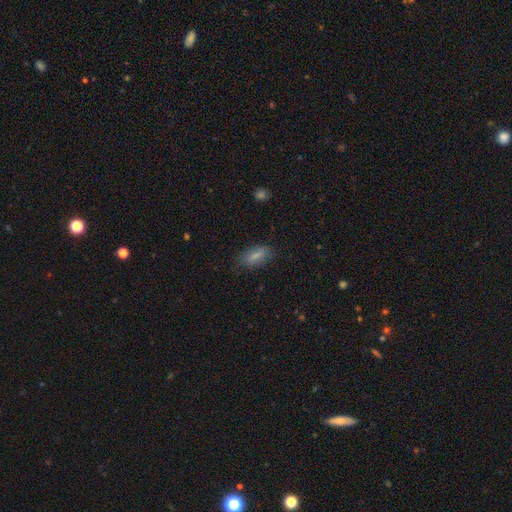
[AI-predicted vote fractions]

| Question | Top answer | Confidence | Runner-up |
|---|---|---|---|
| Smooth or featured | smooth | 80% | featured or disk (13%) |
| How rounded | in between | 76% | cigar-shaped (21%) |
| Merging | none | 78% | minor disturbance (17%) |